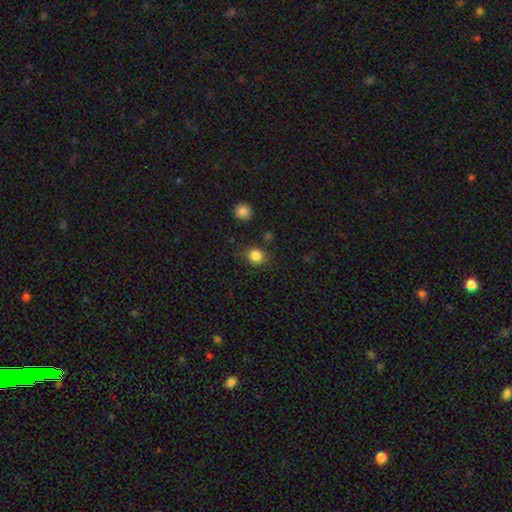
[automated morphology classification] Smooth or featured? Predicted: smooth (p=0.84). How rounded? Predicted: round (p=0.75). Merging? Predicted: none (p=0.82).